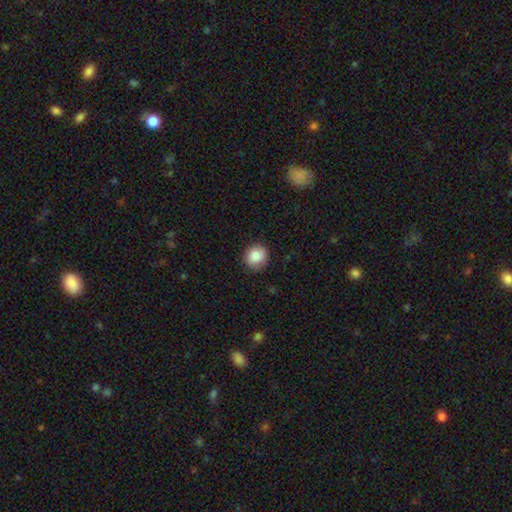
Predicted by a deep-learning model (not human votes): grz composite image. It shows a smooth galaxy with no disk features (84%) that is round (85%). Merging: none (87%).